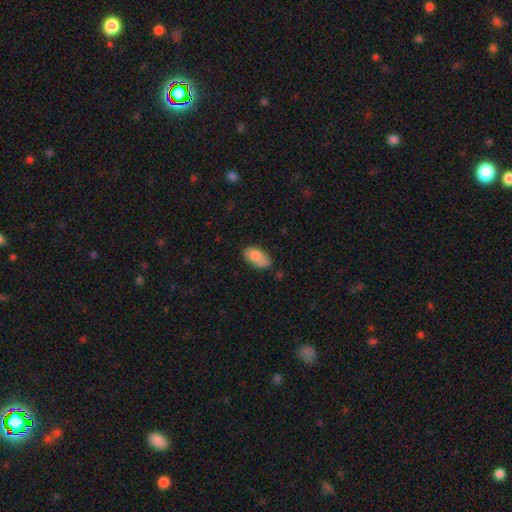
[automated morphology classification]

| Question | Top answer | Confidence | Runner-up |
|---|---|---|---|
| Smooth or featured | smooth | 79% | featured or disk (14%) |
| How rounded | in between | 93% | round (4%) |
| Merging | none | 62% | minor disturbance (27%) |